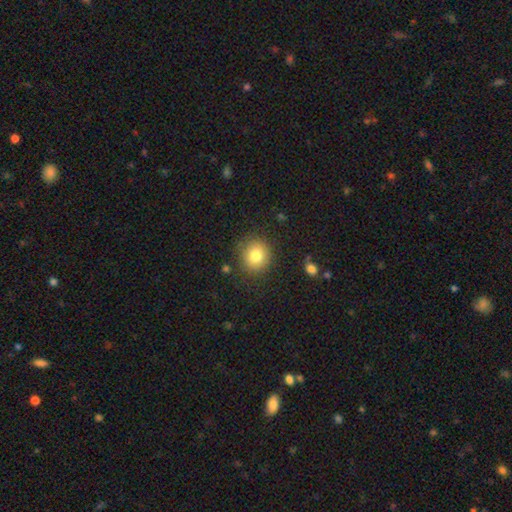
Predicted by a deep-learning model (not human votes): This appears to be a smooth galaxy with no disk features (80%) that is round (85%). Merging: none (86%).